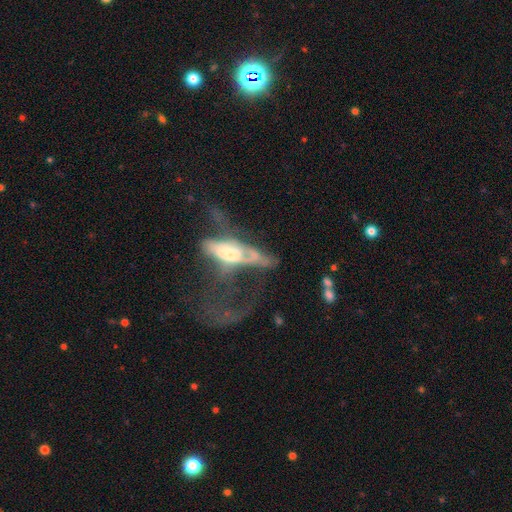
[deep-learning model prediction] Morphology: type=featured or disk (63%); edge-on=no (63%); merging=major disturbance (60%).